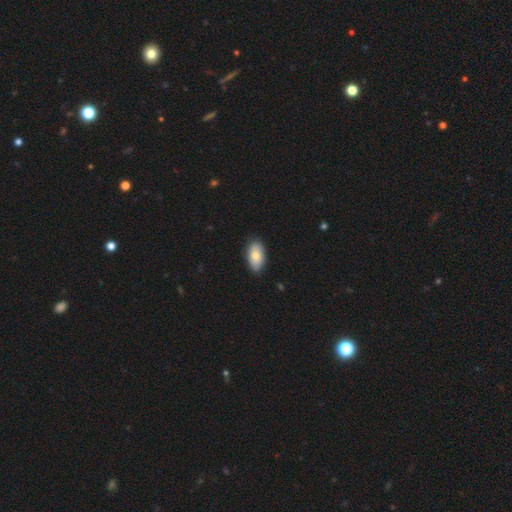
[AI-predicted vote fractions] Smooth or featured? smooth (78%)
How rounded? in between (94%)
Merging? none (86%)